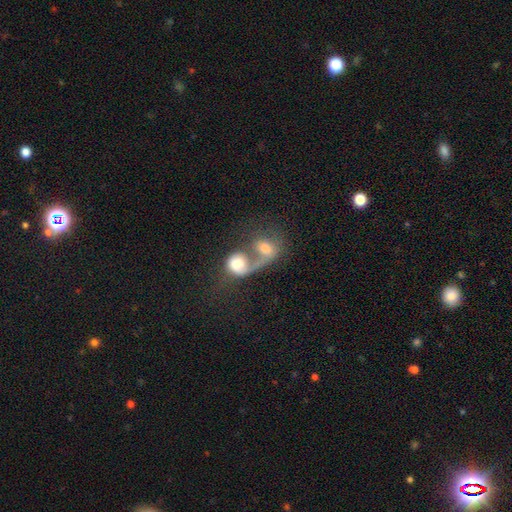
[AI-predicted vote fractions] smooth 54%, star or artifact 25%, featured or disk 21%. Down the decision tree: how rounded — round (67%); merging — merger (61%).